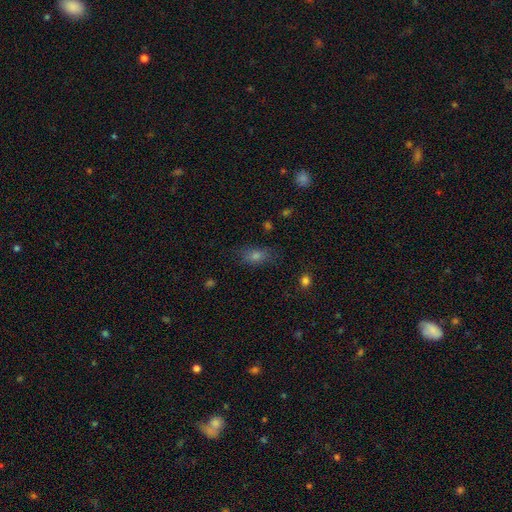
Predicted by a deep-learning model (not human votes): Q: Smooth or featured?
A: smooth (64%); runner-up: star or artifact (19%)
Q: How rounded?
A: in between (72%); runner-up: cigar-shaped (16%)
Q: Merging?
A: none (79%); runner-up: minor disturbance (14%)